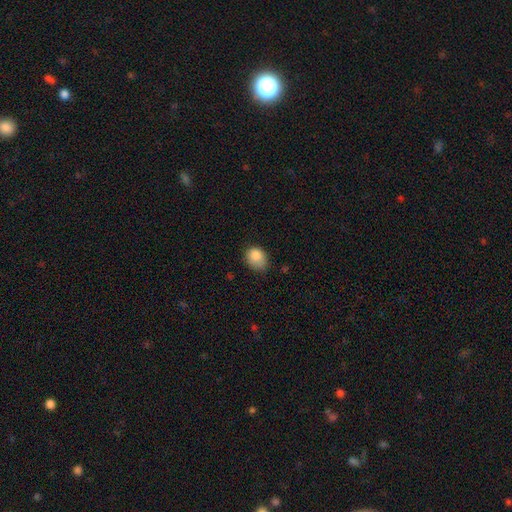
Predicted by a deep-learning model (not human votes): Smooth or featured? smooth (85%)
How rounded? in between (57%)
Merging? none (51%)